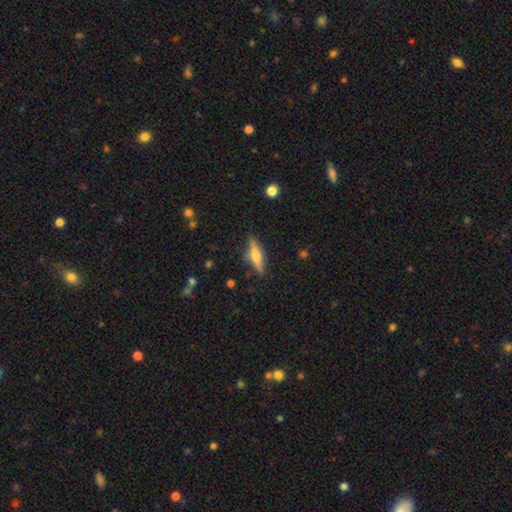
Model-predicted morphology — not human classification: smooth_or_featured: featured or disk (p=0.54) [alt: smooth p=0.39]
disk_edge_on: yes (p=0.94) [alt: no p=0.06]
edge_on_bulge: rounded (p=0.86) [alt: boxy p=0.08]
merging: none (p=0.85) [alt: minor disturbance p=0.11]